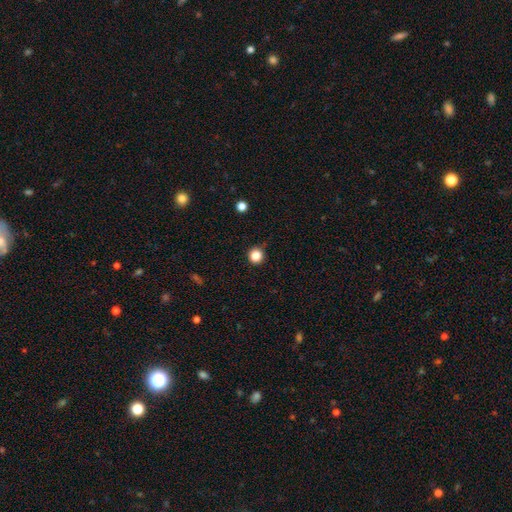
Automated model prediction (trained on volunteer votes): smooth 85%, star or artifact 12%, featured or disk 3%. Down the decision tree: how rounded — round (93%); merging — none (87%).